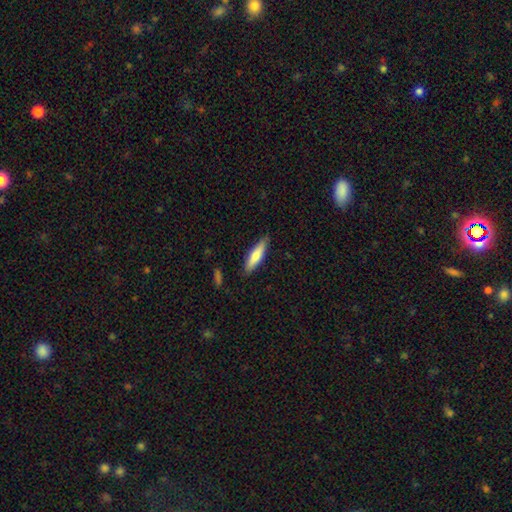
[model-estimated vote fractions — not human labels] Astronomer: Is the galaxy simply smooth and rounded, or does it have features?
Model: smooth — 70%.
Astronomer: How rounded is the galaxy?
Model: cigar-shaped — 70%.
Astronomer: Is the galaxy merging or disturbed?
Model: none — 86%.